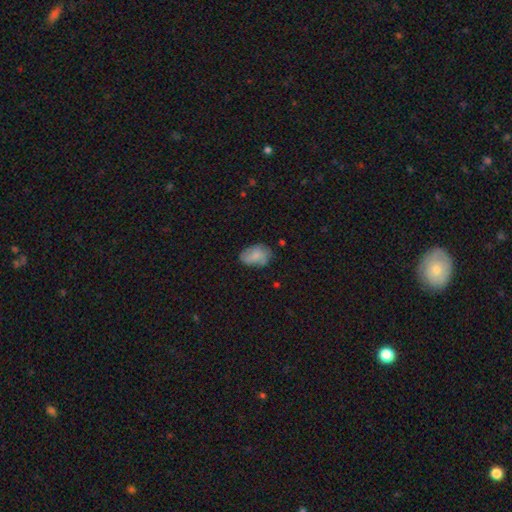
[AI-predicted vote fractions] Smooth or featured: smooth — 71% (featured or disk — 22%)
How rounded: in between — 86% (round — 12%)
Merging: none — 64% (minor disturbance — 26%)